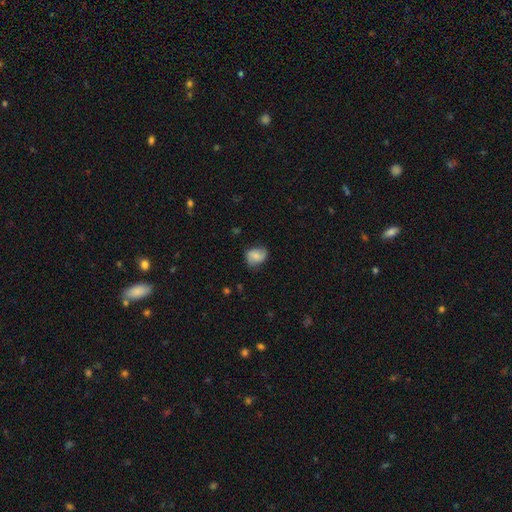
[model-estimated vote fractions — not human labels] A smooth galaxy with no disk features (67%) that is in between round and cigar-shaped (60%).

Vote fractions:
- Smooth or featured? smooth: 67% / featured or disk: 25% / star or artifact: 8%
- How rounded? in between: 60% / round: 38% / cigar-shaped: 1%
- Merging? none: 66% / minor disturbance: 26% / major disturbance: 7% / merger: 1%